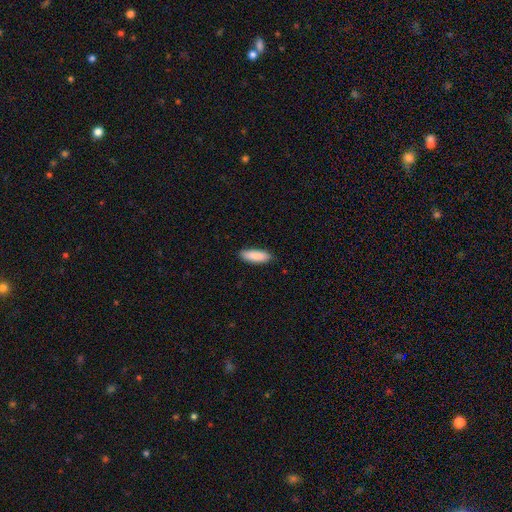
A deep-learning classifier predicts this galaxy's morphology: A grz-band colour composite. It shows a smooth galaxy with no disk features (89%) that is in between round and cigar-shaped (58%). Merging: none (87%).